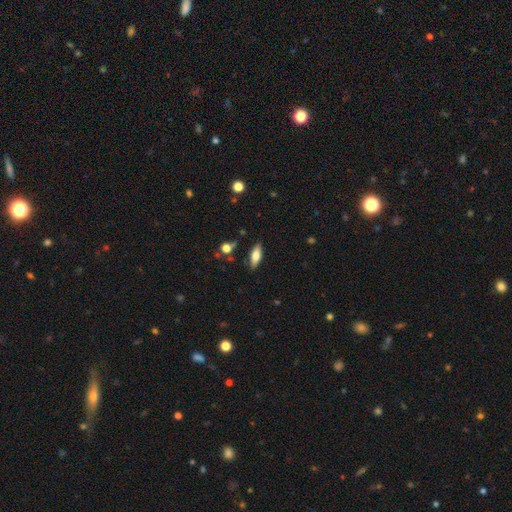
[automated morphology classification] smooth_or_featured: smooth (p=0.68) [alt: featured or disk p=0.25]
how_rounded: in between (p=0.69) [alt: cigar-shaped p=0.29]
merging: none (p=0.83) [alt: minor disturbance p=0.12]